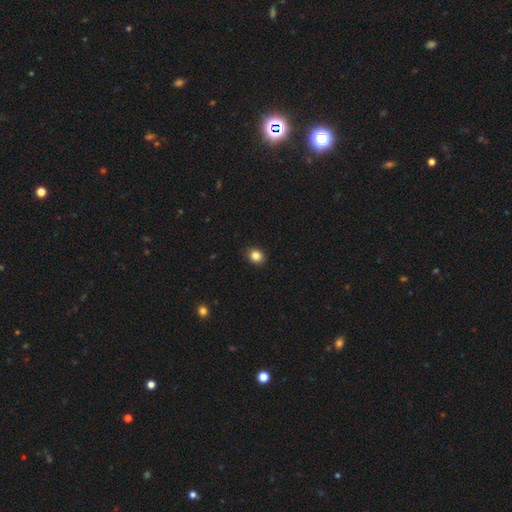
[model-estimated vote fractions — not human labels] smooth_or_featured: smooth (p=0.85) [alt: star or artifact p=0.11]
how_rounded: round (p=0.68) [alt: in between p=0.31]
merging: none (p=0.89) [alt: minor disturbance p=0.08]